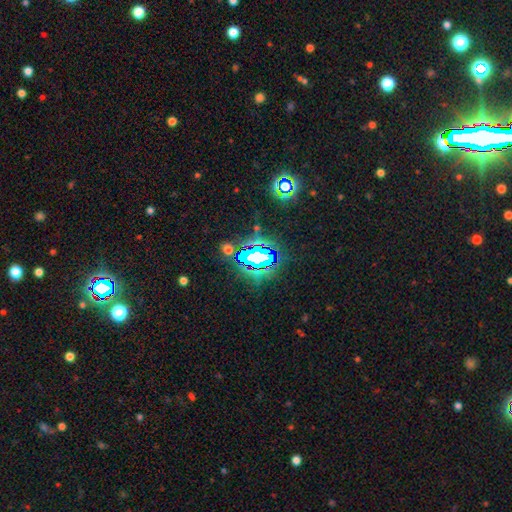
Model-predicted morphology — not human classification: The model was most divided on "smooth or featured": star or artifact: 70%, smooth: 17%, featured or disk: 13%.